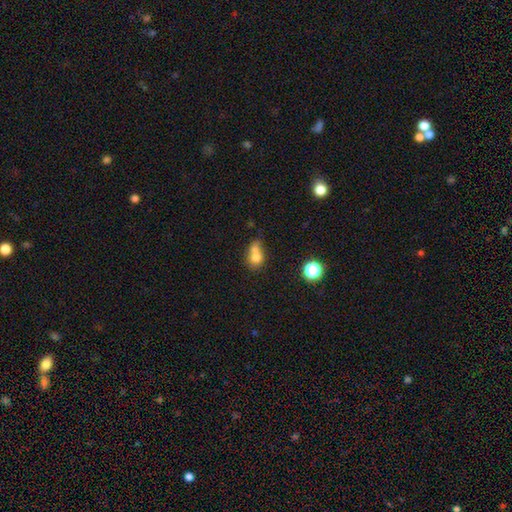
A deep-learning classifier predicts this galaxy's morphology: This is likely a smooth galaxy (71%). How rounded: likely round (63%). Merging: likely merger (60%).